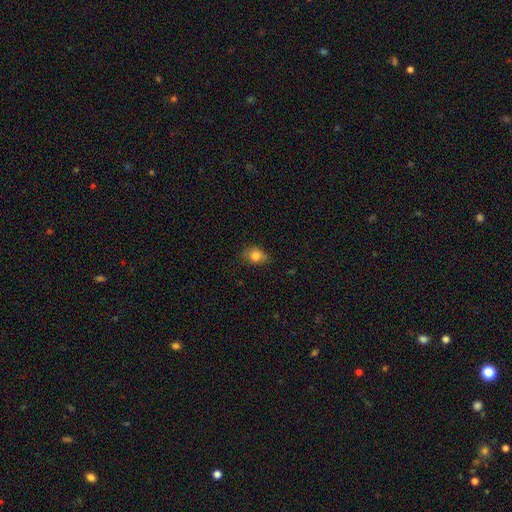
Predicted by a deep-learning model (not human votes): smooth_or_featured: smooth (p=0.82) [alt: star or artifact p=0.10]
how_rounded: in between (p=0.62) [alt: round p=0.36]
merging: none (p=0.72) [alt: minor disturbance p=0.23]